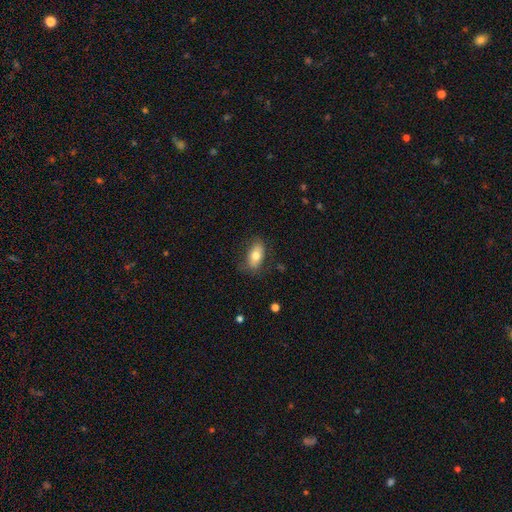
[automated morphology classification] Smooth or featured: smooth — 74% (featured or disk — 19%)
How rounded: in between — 89% (cigar-shaped — 6%)
Merging: none — 76% (minor disturbance — 17%)